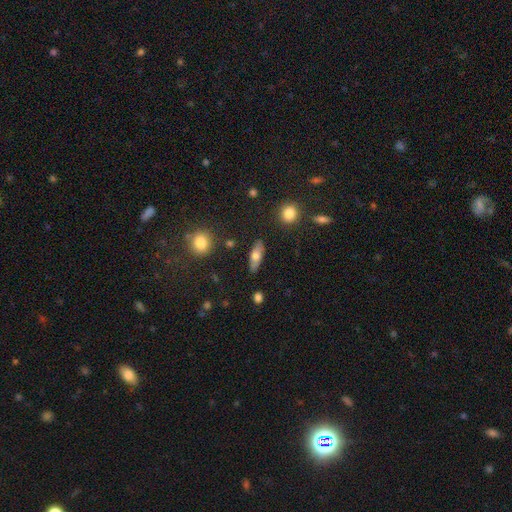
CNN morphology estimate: smooth_or_featured: smooth (p=0.66) [alt: featured or disk p=0.27]
how_rounded: in between (p=0.66) [alt: cigar-shaped p=0.30]
merging: none (p=0.85) [alt: minor disturbance p=0.11]